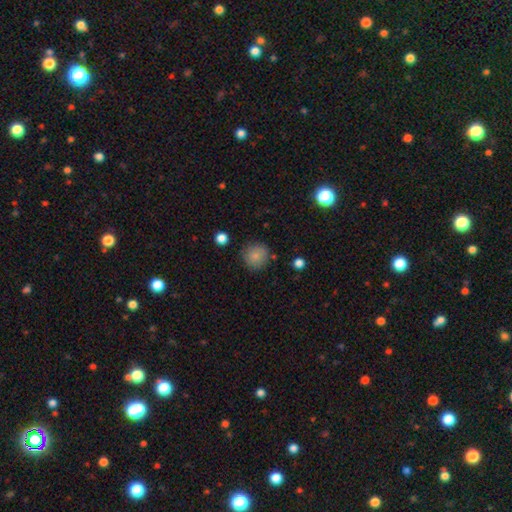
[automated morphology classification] A smooth galaxy with no disk features (84%) that is round (90%).

Vote fractions:
- Smooth or featured? smooth: 84% / star or artifact: 9% / featured or disk: 7%
- How rounded? round: 90% / in between: 9% / cigar-shaped: 1%
- Merging? none: 83% / minor disturbance: 11% / major disturbance: 3% / merger: 2%